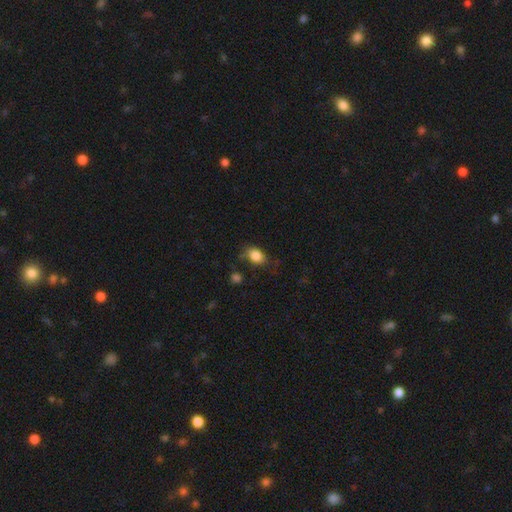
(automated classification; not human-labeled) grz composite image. It shows a smooth galaxy with no disk features (85%) that is in between round and cigar-shaped (76%). Merging: none (65%).